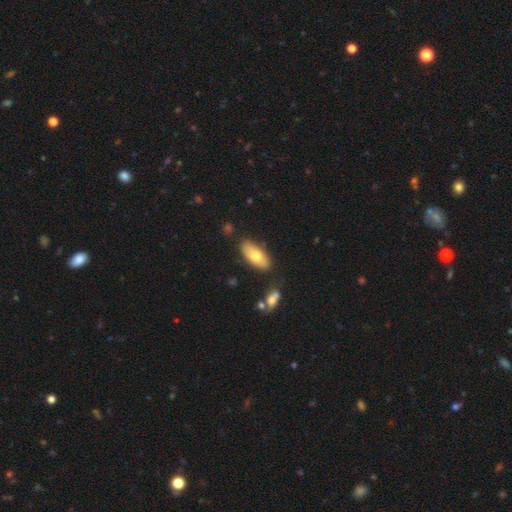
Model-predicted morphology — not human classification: Smooth or featured? smooth (71%)
How rounded? in between (85%)
Merging? none (80%)